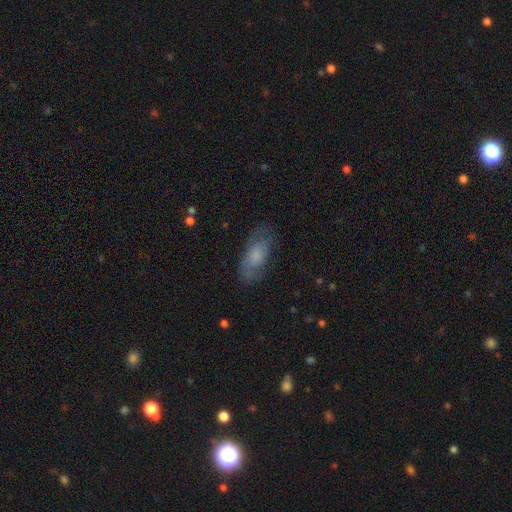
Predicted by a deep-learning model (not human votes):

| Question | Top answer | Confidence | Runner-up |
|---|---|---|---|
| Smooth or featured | smooth | 54% | featured or disk (38%) |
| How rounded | in between | 86% | cigar-shaped (11%) |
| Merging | none | 70% | minor disturbance (20%) |